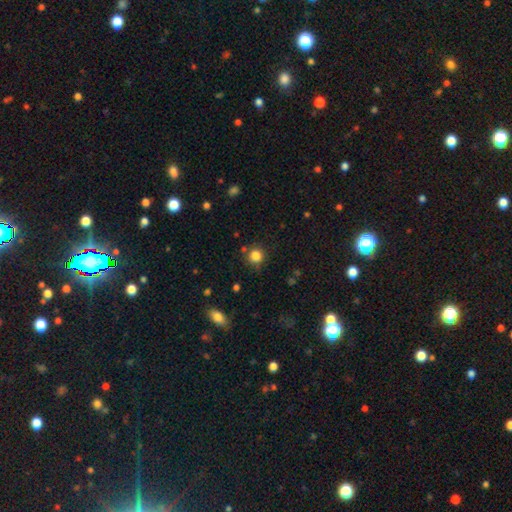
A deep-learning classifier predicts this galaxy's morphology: The model was most divided on "merging": none: 82%, minor disturbance: 11%, merger: 4%, major disturbance: 3%. More confident: how rounded — round (92%); smooth or featured — smooth (84%).